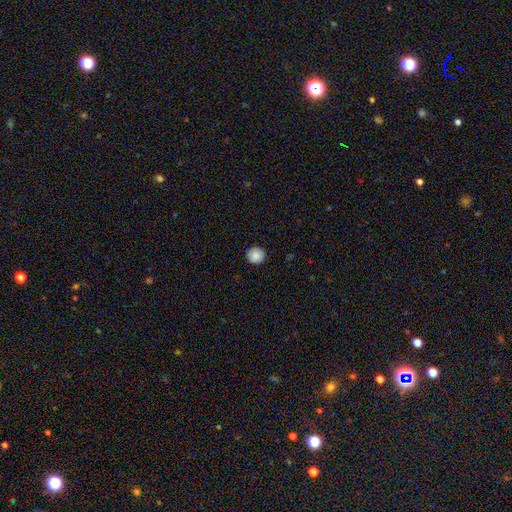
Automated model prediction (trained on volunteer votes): smooth_or_featured: smooth (p=0.87) [alt: star or artifact p=0.08]
how_rounded: round (p=0.94) [alt: in between p=0.05]
merging: none (p=0.91) [alt: minor disturbance p=0.07]